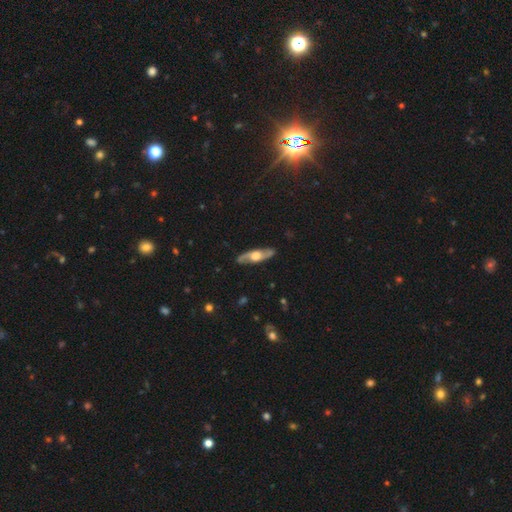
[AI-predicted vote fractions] This is likely a featured or disk galaxy (75%). It is likely not viewed edge-on (64%). Merging: clearly none (87%).